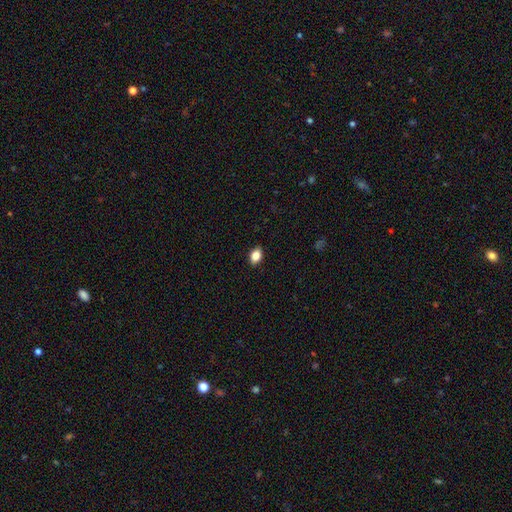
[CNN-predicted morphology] Smooth or featured?
  - smooth: 86% *
  - star or artifact: 9%
  - featured or disk: 6%
How rounded?
  - in between: 80% *
  - round: 18%
  - cigar-shaped: 2%
Merging?
  - none: 89% *
  - minor disturbance: 8%
  - major disturbance: 2%
  - merger: 1%